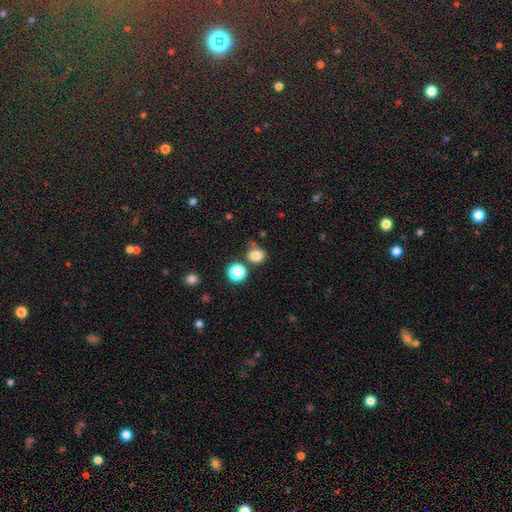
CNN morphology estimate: Overall: smooth (80%). How rounded: round (67%; in between 32%). Merging: none (67%).